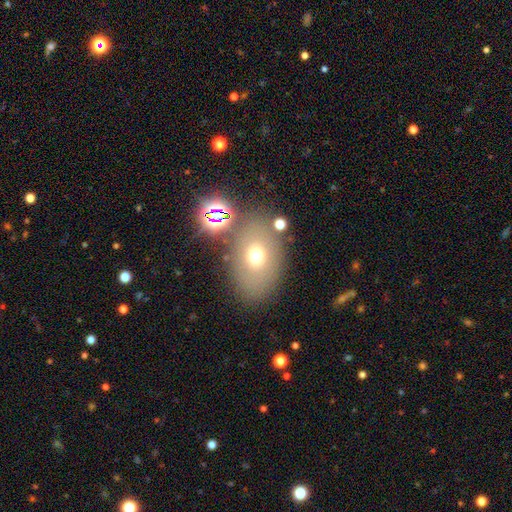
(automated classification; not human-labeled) smooth 66%, featured or disk 18%, star or artifact 16%. Down the decision tree: how rounded — in between (73%); merging — none (73%).